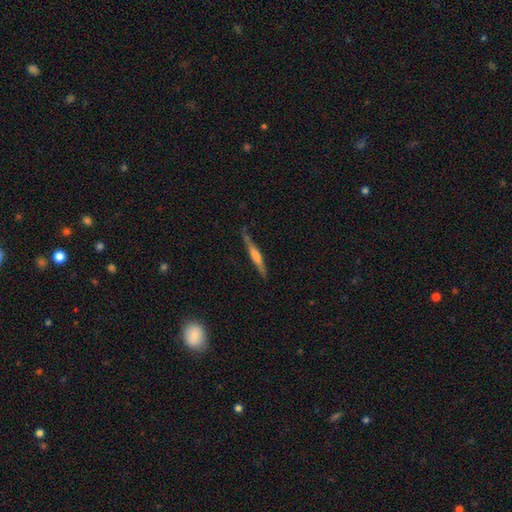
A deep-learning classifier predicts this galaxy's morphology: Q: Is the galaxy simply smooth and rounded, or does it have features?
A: featured or disk — 60%.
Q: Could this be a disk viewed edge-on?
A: yes — 95%.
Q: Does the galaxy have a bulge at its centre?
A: rounded — 42%.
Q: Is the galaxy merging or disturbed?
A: none — 81%.